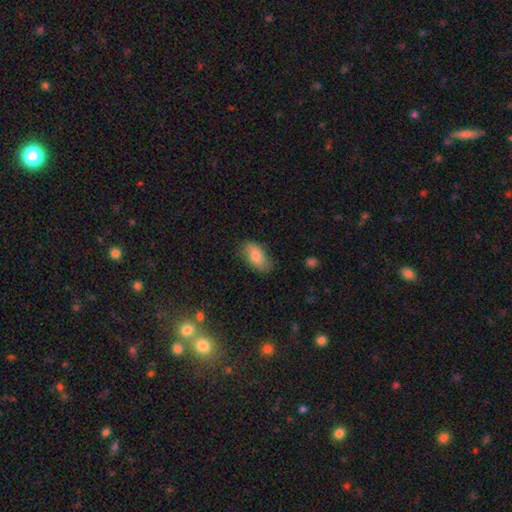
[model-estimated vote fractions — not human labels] Smooth or featured? smooth (78%)
How rounded? in between (91%)
Merging? none (75%)